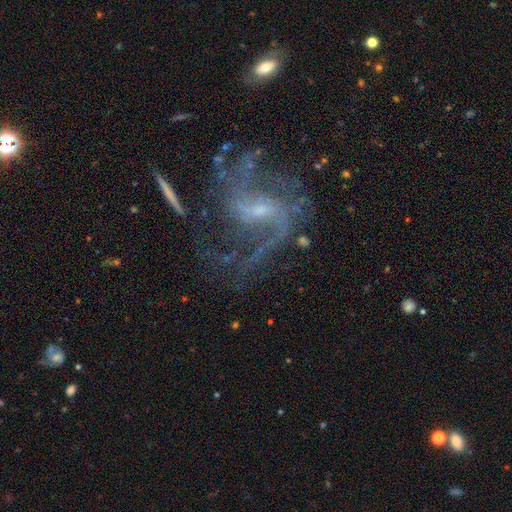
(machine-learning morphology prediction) A featured or disk galaxy (85%) with a weak bar (52%), 2 (53%) medium (43%, tied with loose) spiral arms (95%) and a small central bulge (67%). Merging: none (58%).